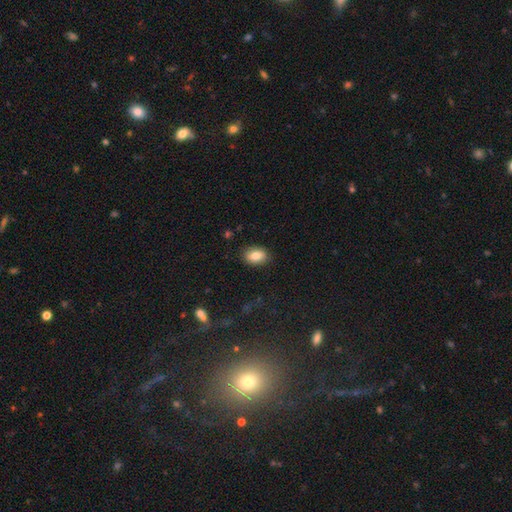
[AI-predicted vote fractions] The model was most divided on "how rounded": in between: 78%, round: 20%, cigar-shaped: 1%. More confident: merging — none (87%); smooth or featured — smooth (81%).